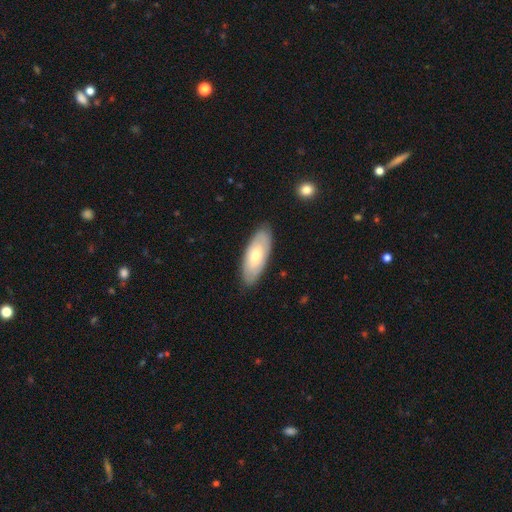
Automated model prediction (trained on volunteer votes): Morphology: type=smooth (58%); roundness=in between (82%); merging=none (86%).